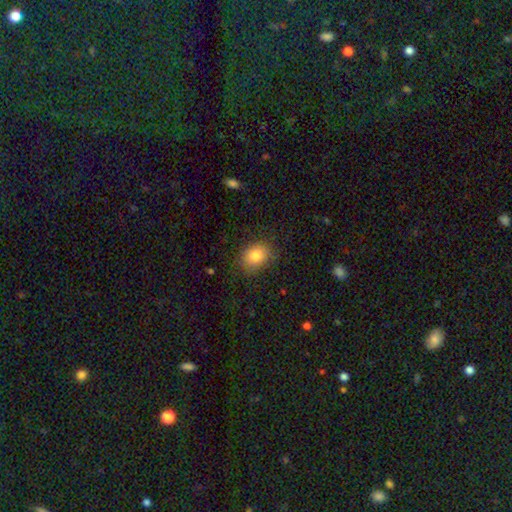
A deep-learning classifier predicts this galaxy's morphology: Smooth or featured? Predicted: smooth (p=0.82). How rounded? Predicted: in between (p=0.52). Merging? Predicted: none (p=0.79).